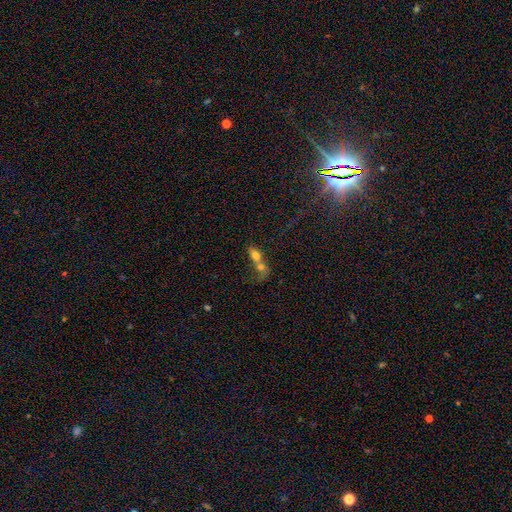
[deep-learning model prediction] The model was most divided on "smooth or featured": smooth: 64%, featured or disk: 25%, star or artifact: 11%. More confident: merging — merger (74%); how rounded — in between (67%).